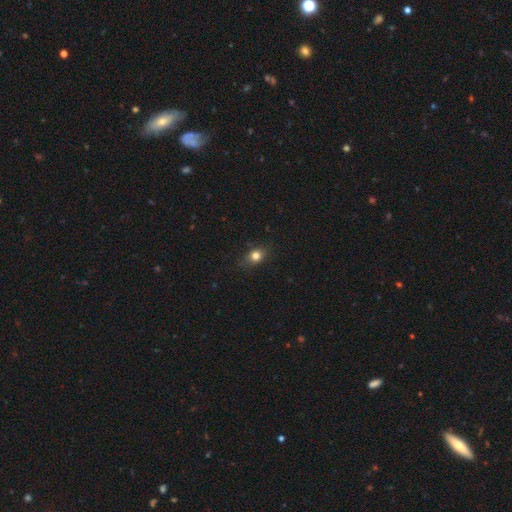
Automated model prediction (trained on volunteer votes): Smooth or featured? Predicted: smooth (p=0.79). How rounded? Predicted: round (p=0.49, tied with in between). Merging? Predicted: none (p=0.79).